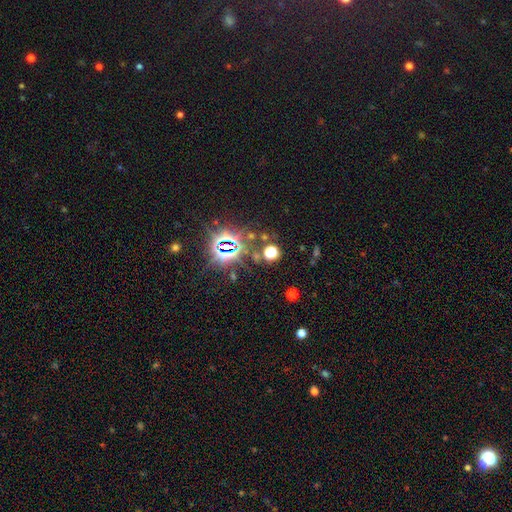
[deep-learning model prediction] A star or artifact, not a galaxy (78%).